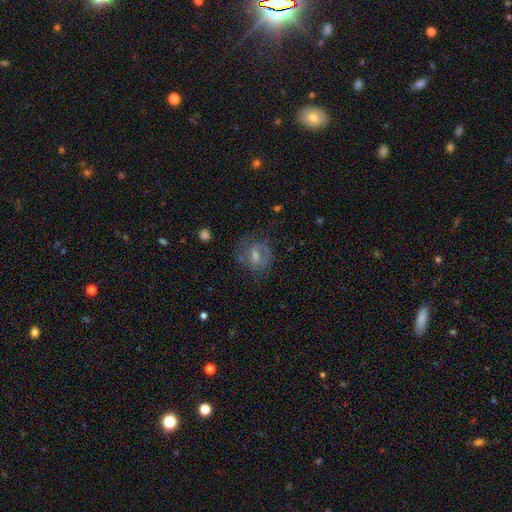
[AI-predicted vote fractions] featured or disk 47%, smooth 36%, star or artifact 18%. Down the decision tree: merging — none (66%).